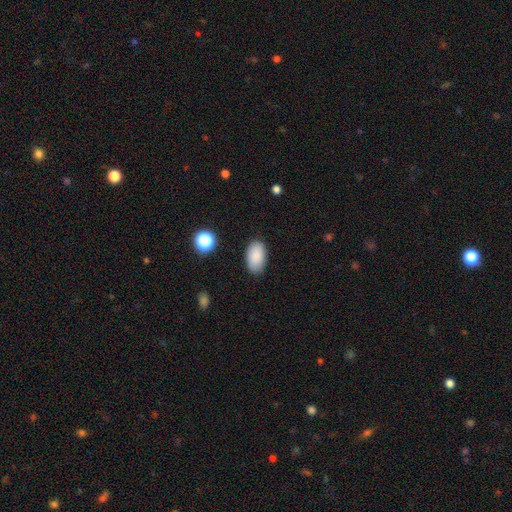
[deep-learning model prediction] Smooth or featured?
  - smooth: 87% *
  - star or artifact: 8%
  - featured or disk: 4%
How rounded?
  - in between: 94% *
  - round: 5%
  - cigar-shaped: 2%
Merging?
  - none: 84% *
  - minor disturbance: 12%
  - major disturbance: 3%
  - merger: 1%